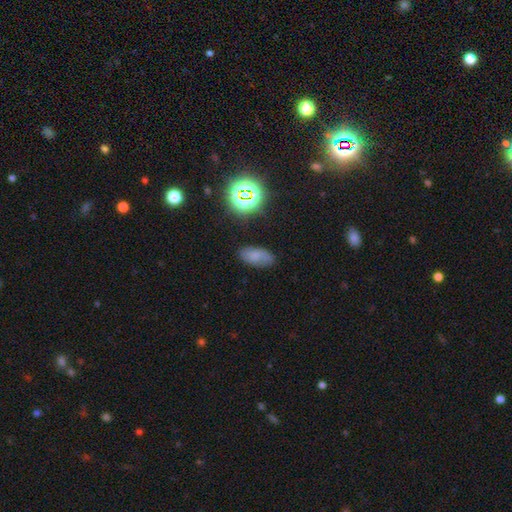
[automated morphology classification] Smooth or featured?
  - smooth: 65% *
  - star or artifact: 18%
  - featured or disk: 17%
How rounded?
  - in between: 90% *
  - round: 6%
  - cigar-shaped: 4%
Merging?
  - none: 76% *
  - minor disturbance: 18%
  - major disturbance: 5%
  - merger: 2%